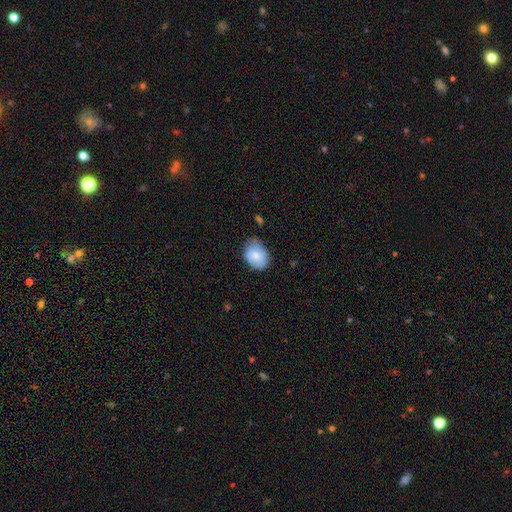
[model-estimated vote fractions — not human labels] A smooth galaxy with no disk features (82%) that is in between round and cigar-shaped (75%).

Vote fractions:
- Smooth or featured? smooth: 82% / featured or disk: 11% / star or artifact: 7%
- How rounded? in between: 75% / round: 24% / cigar-shaped: 1%
- Merging? none: 63% / minor disturbance: 30% / major disturbance: 5% / merger: 2%